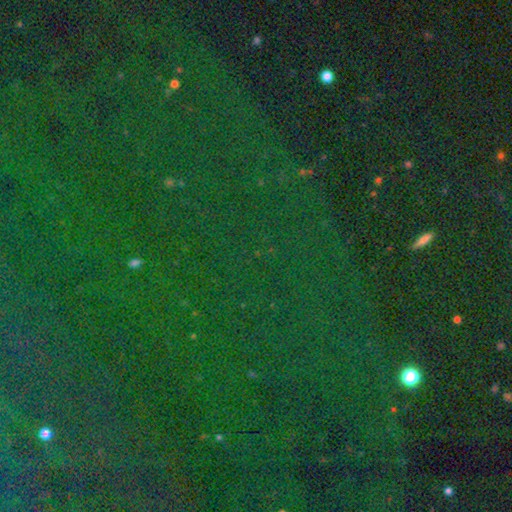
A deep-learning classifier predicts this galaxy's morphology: Smooth or featured?
  - star or artifact: 79% *
  - smooth: 13%
  - featured or disk: 8%